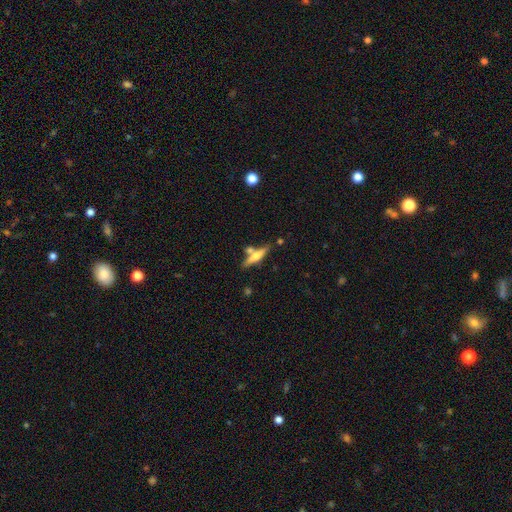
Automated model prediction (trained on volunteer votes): This is possibly a featured or disk galaxy (50%). Merging: likely none (67%).